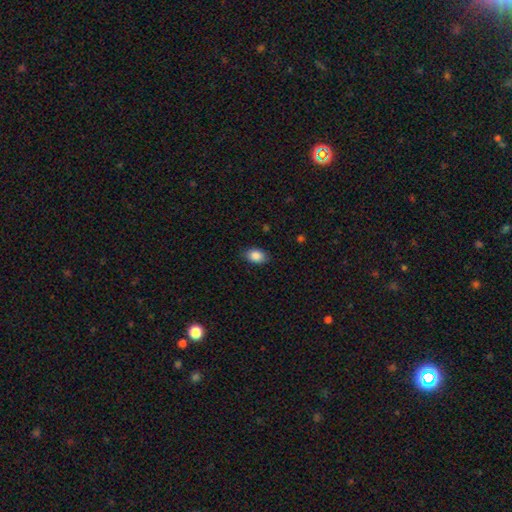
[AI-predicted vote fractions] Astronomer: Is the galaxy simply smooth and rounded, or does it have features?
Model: smooth — 88%.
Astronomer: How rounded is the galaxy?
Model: in between — 84%.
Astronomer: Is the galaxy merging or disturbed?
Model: none — 85%.